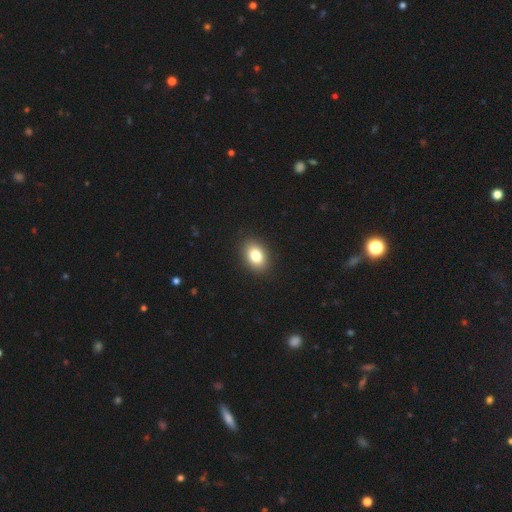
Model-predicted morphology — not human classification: Smooth or featured: smooth — 82% (star or artifact — 9%)
How rounded: in between — 80% (round — 19%)
Merging: none — 90% (minor disturbance — 7%)